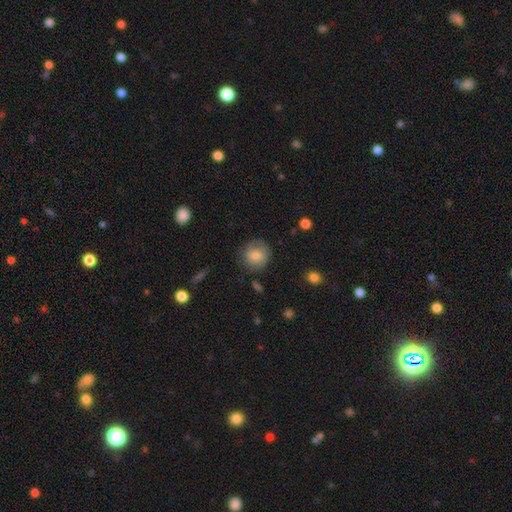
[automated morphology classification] Smooth or featured? Predicted: smooth (p=0.79). How rounded? Predicted: round (p=0.88). Merging? Predicted: none (p=0.76).